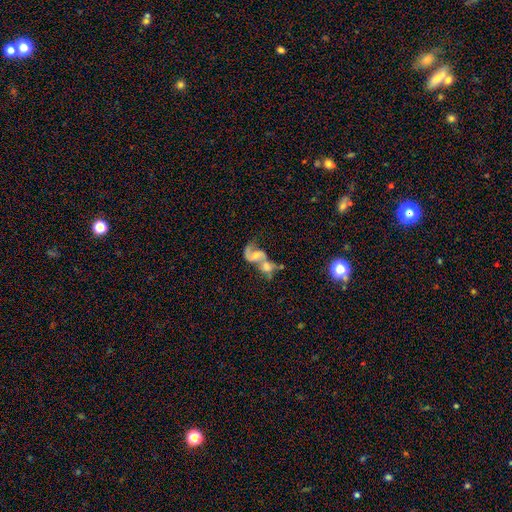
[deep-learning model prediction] Smooth or featured: featured or disk — 70% (smooth — 19%)
Edge-on disk: no — 97% (yes — 3%)
Bar: no — 53% (weak — 35%)
Spiral arms: yes — 82% (no — 18%)
Spiral winding: loose — 63% (medium — 29%)
Spiral arm count: 2 — 64% (1 — 28%)
Bulge size: moderate — 43% (small — 34%)
Merging: merger — 65% (none — 16%)